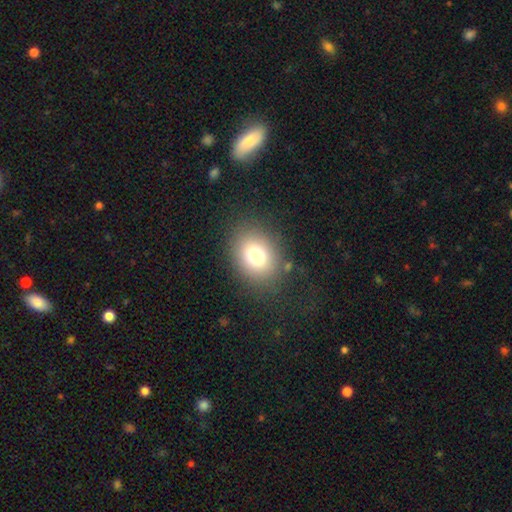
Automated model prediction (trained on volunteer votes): Smooth or featured? Predicted: smooth (p=0.76). How rounded? Predicted: in between (p=0.50). Merging? Predicted: none (p=0.82).